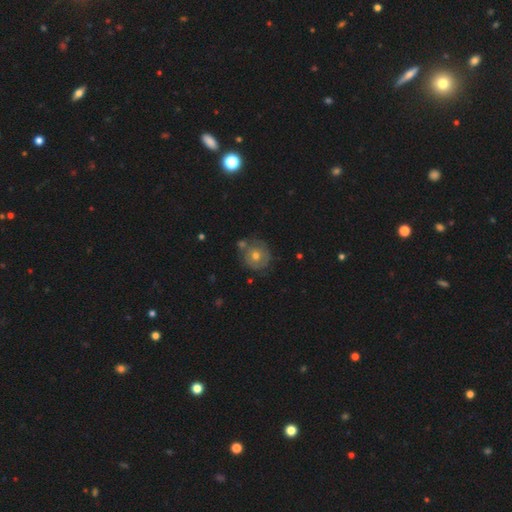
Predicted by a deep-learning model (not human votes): Q: Smooth or featured?
A: smooth (51%); runner-up: featured or disk (39%)
Q: How rounded?
A: round (90%); runner-up: in between (9%)
Q: Merging?
A: none (68%); runner-up: minor disturbance (17%)